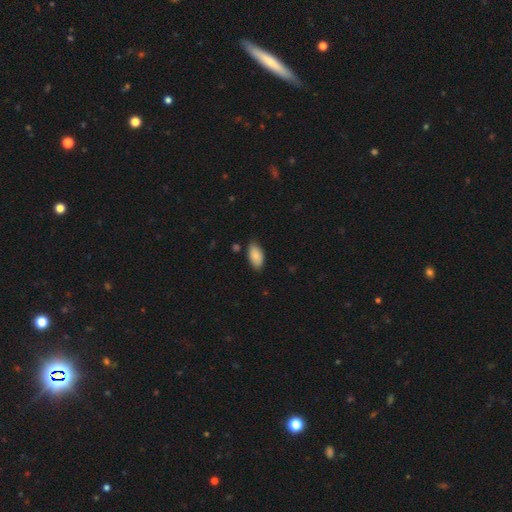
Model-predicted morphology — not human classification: Smooth or featured: smooth — 85% (featured or disk — 8%)
How rounded: in between — 95% (round — 3%)
Merging: none — 79% (minor disturbance — 17%)